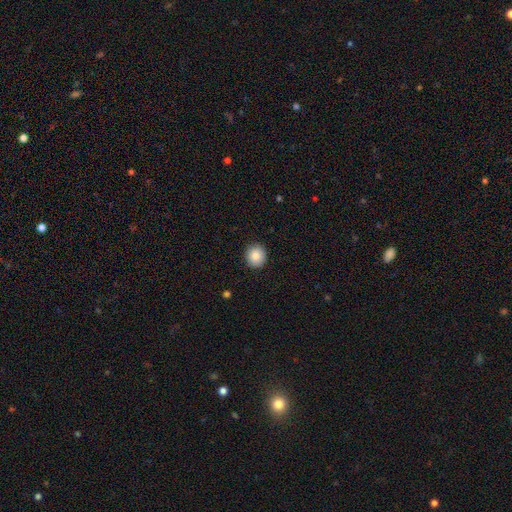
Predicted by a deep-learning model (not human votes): This is clearly a smooth galaxy (84%). How rounded: clearly round (91%). Merging: clearly none (91%).